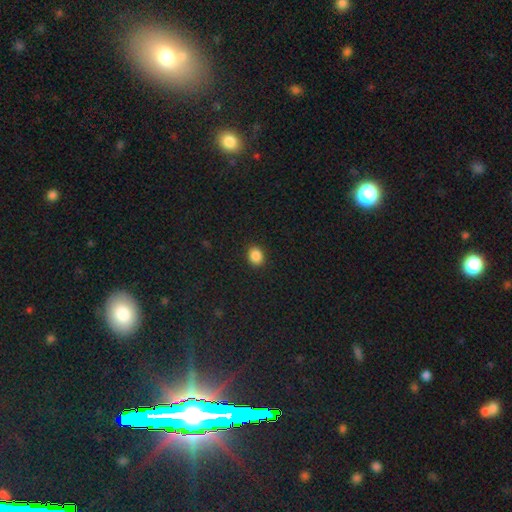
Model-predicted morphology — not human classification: Overall: smooth (87%). How rounded: round (54%; in between 45%). Merging: none (90%).